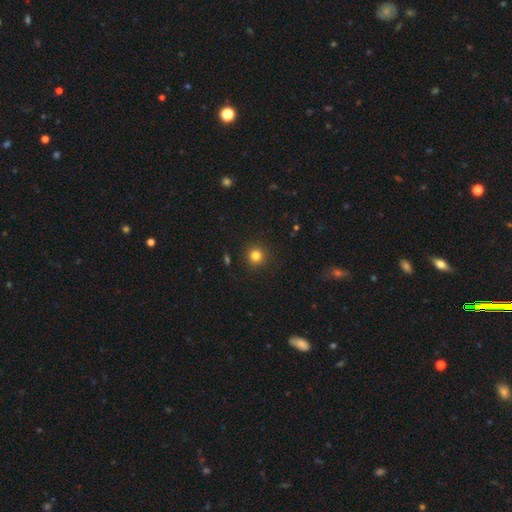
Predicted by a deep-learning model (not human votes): smooth-or-featured: smooth: 82% | star or artifact: 13% | featured or disk: 5%
  how-rounded: round: 94% | in between: 5% | cigar-shaped: 1%
  merging: none: 92% | minor disturbance: 5% | major disturbance: 2% | merger: 1%